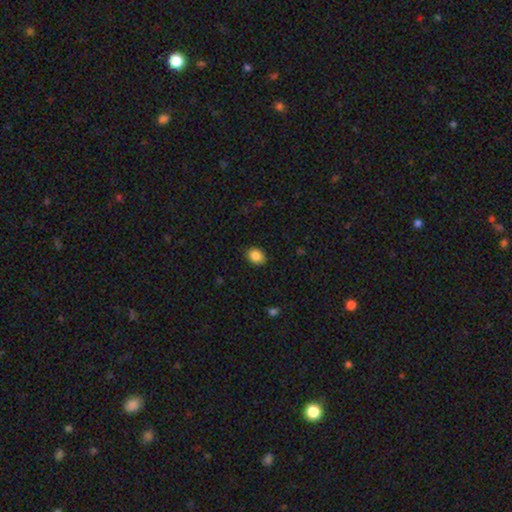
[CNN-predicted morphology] Q: Smooth or featured?
A: smooth (87%); runner-up: star or artifact (9%)
Q: How rounded?
A: in between (60%); runner-up: round (39%)
Q: Merging?
A: none (86%); runner-up: minor disturbance (11%)